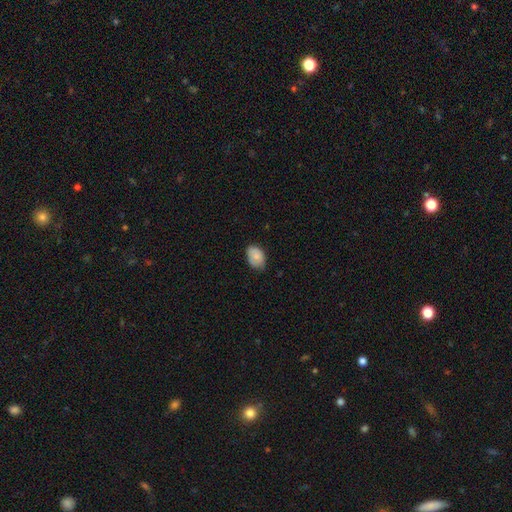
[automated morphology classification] Smooth or featured? Predicted: smooth (p=0.81). How rounded? Predicted: in between (p=0.85). Merging? Predicted: none (p=0.70).